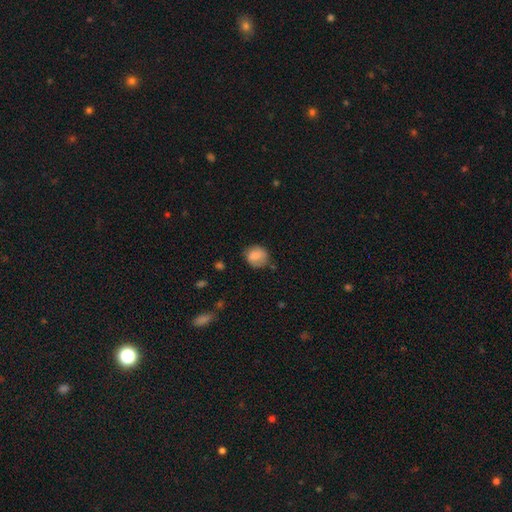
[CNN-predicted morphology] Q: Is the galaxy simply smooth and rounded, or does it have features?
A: smooth — 80%.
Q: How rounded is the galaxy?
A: round — 78%.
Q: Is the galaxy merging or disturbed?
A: none — 71%.